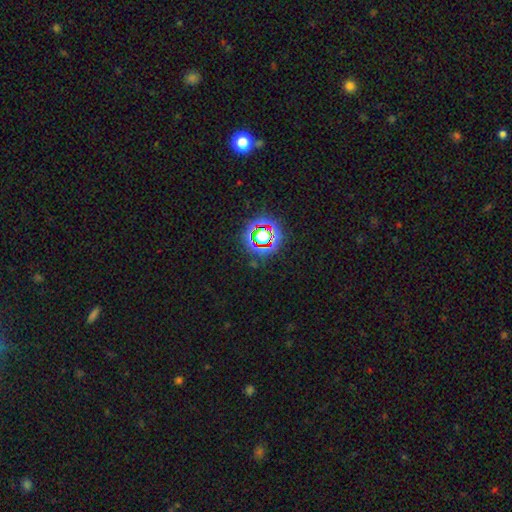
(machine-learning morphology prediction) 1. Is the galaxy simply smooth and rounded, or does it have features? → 75% star or artifact, 15% smooth, 10% featured or disk.